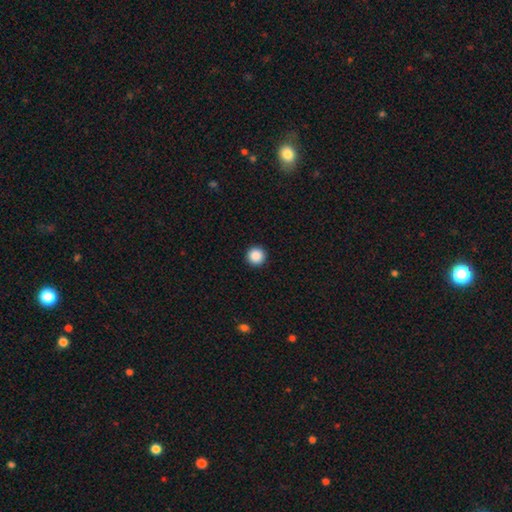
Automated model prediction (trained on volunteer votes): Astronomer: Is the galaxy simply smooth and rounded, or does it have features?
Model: smooth — 88%.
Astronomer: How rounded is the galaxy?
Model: round — 96%.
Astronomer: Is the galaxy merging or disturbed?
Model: none — 93%.